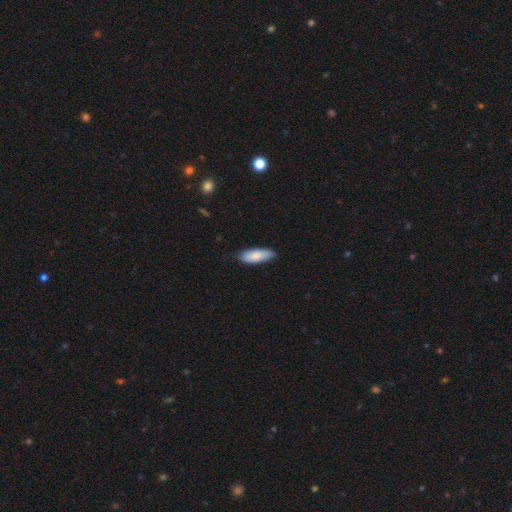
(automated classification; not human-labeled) A smooth galaxy with no disk features (83%) that is in between round and cigar-shaped (71%).

Vote fractions:
- Smooth or featured? smooth: 83% / featured or disk: 12% / star or artifact: 6%
- How rounded? in between: 71% / cigar-shaped: 27% / round: 2%
- Merging? none: 82% / minor disturbance: 15% / major disturbance: 2% / merger: 1%